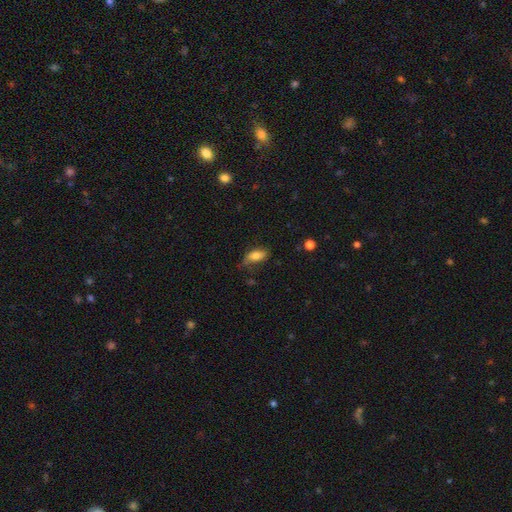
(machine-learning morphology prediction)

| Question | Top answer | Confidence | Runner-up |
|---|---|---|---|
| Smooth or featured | smooth | 79% | featured or disk (13%) |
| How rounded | in between | 87% | cigar-shaped (9%) |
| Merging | none | 62% | minor disturbance (27%) |